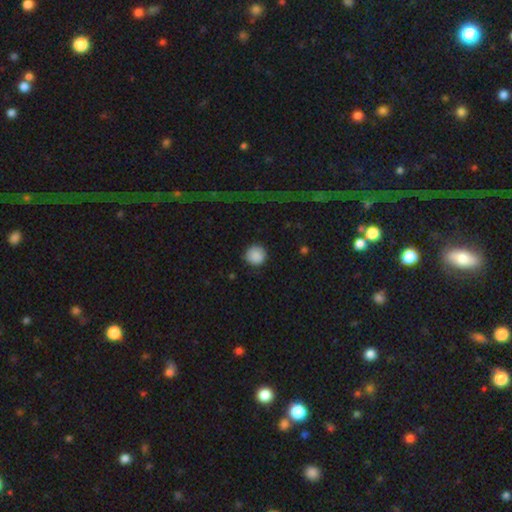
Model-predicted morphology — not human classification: smooth_or_featured: smooth (p=0.88) [alt: star or artifact p=0.08]
how_rounded: round (p=0.95) [alt: in between p=0.04]
merging: none (p=0.88) [alt: minor disturbance p=0.08]